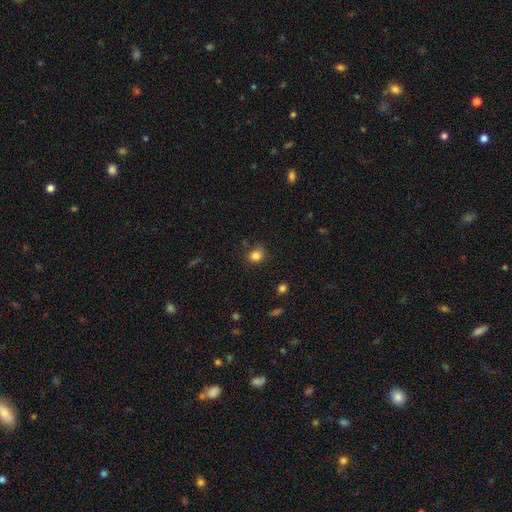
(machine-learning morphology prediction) This is clearly a smooth galaxy (83%). How rounded: likely round (78%). Merging: likely none (77%).